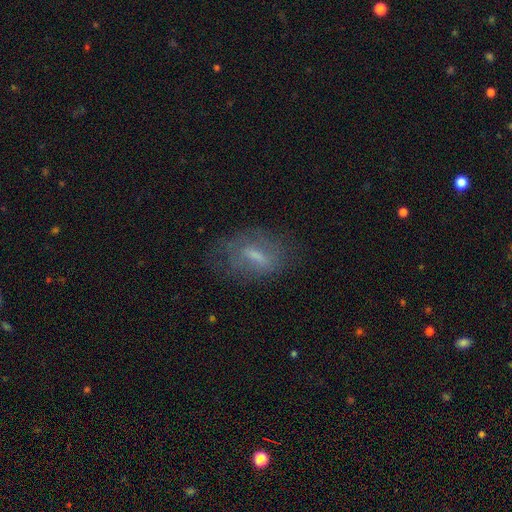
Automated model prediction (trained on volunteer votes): A featured or disk galaxy (46%).

Vote fractions:
- Smooth or featured? featured or disk: 46% / smooth: 42% / star or artifact: 11%
- Merging? none: 64% / minor disturbance: 21% / major disturbance: 13% / merger: 2%